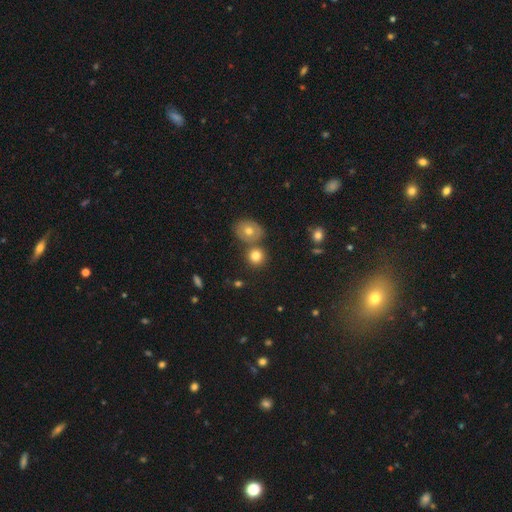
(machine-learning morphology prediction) The model was most divided on "merging": none: 67%, merger: 20%, minor disturbance: 9%, major disturbance: 3%. More confident: how rounded — round (86%); smooth or featured — smooth (79%).